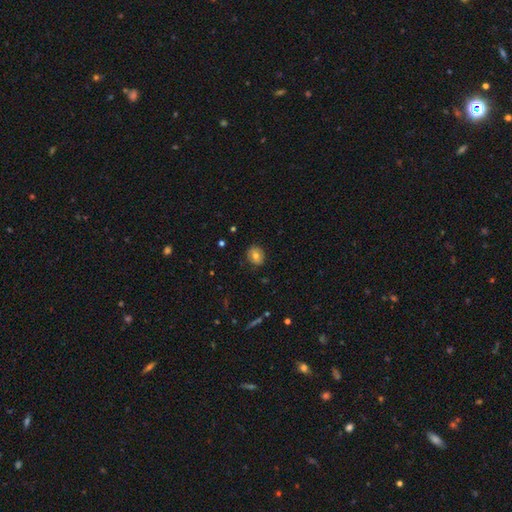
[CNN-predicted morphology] smooth_or_featured: smooth (p=0.69) [alt: featured or disk p=0.21]
how_rounded: round (p=0.68) [alt: in between p=0.31]
merging: none (p=0.84) [alt: minor disturbance p=0.12]